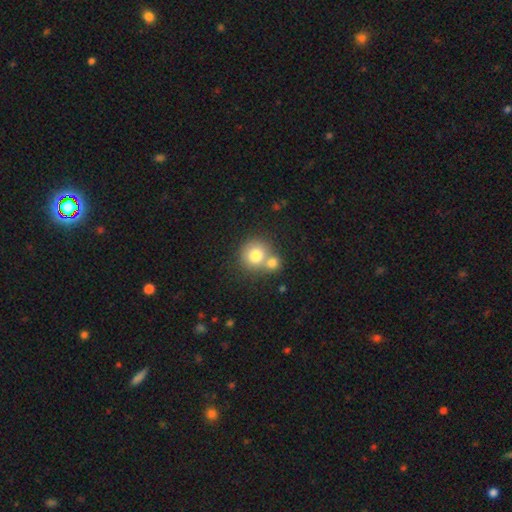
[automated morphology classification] This appears to be a smooth galaxy with no disk features (75%) that is round (86%). Merging: merger (47%).